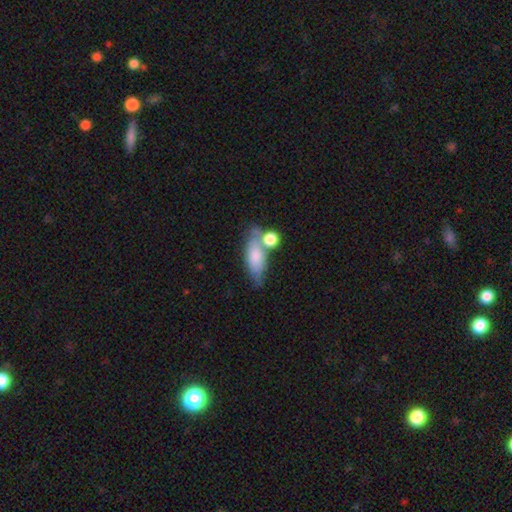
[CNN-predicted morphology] Smooth or featured: smooth — 72% (featured or disk — 21%)
How rounded: in between — 69% (cigar-shaped — 25%)
Merging: none — 45% (merger — 30%)